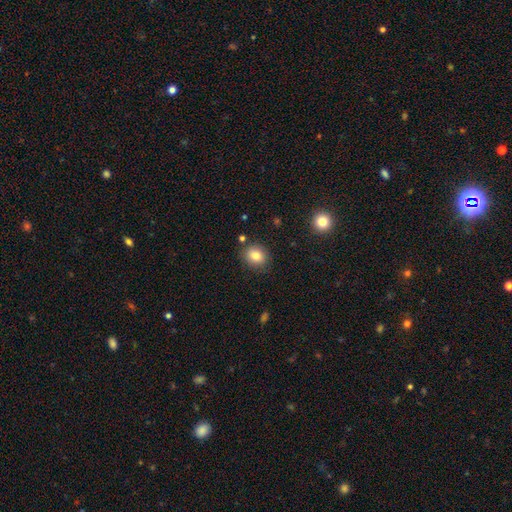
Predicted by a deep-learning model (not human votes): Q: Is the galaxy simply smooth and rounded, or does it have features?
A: smooth — 81%.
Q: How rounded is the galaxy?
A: round — 61%.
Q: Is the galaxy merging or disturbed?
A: none — 84%.